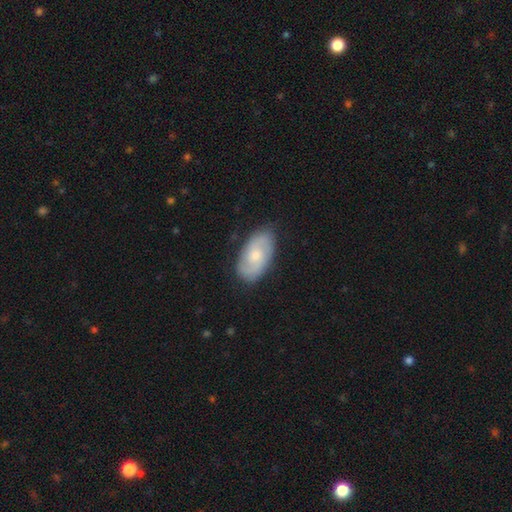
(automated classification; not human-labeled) Q: Smooth or featured?
A: featured or disk (58%); runner-up: smooth (35%)
Q: Edge-on disk?
A: no (94%); runner-up: yes (6%)
Q: Bar?
A: no (65%); runner-up: weak (31%)
Q: Spiral arms?
A: yes (88%); runner-up: no (12%)
Q: Bulge size?
A: moderate (50%); runner-up: small (41%)
Q: Merging?
A: none (80%); runner-up: minor disturbance (15%)